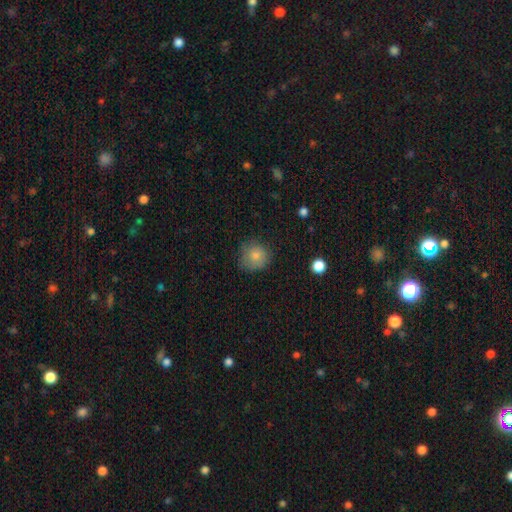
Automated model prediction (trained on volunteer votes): The model was most divided on "merging": none: 72%, minor disturbance: 21%, major disturbance: 6%, merger: 1%. More confident: how rounded — round (87%); smooth or featured — smooth (81%).